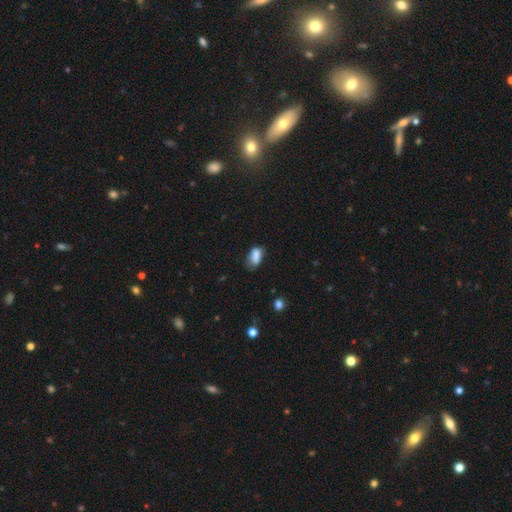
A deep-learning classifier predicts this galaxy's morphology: type=smooth (80%); roundness=in between (88%); merging=none (46%).